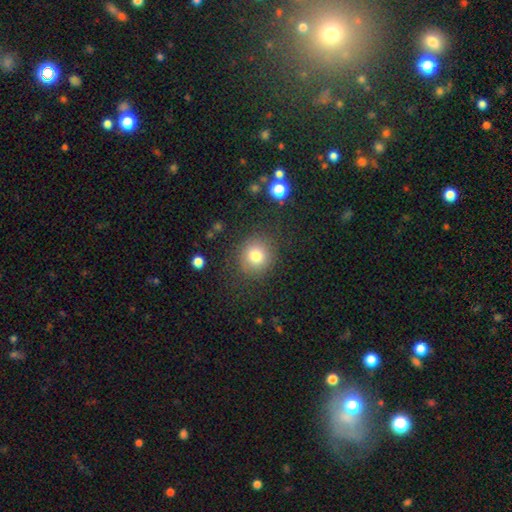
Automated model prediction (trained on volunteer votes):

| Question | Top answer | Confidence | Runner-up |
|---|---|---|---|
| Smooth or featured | smooth | 79% | star or artifact (12%) |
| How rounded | round | 85% | in between (14%) |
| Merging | none | 83% | minor disturbance (10%) |